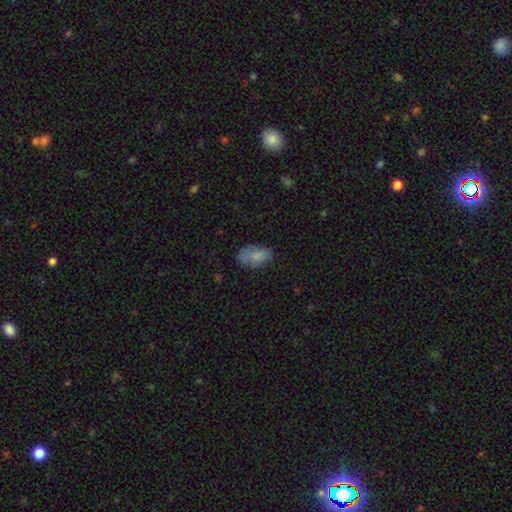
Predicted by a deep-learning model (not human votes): Smooth or featured? Predicted: smooth (p=0.79). How rounded? Predicted: in between (p=0.92). Merging? Predicted: none (p=0.62).